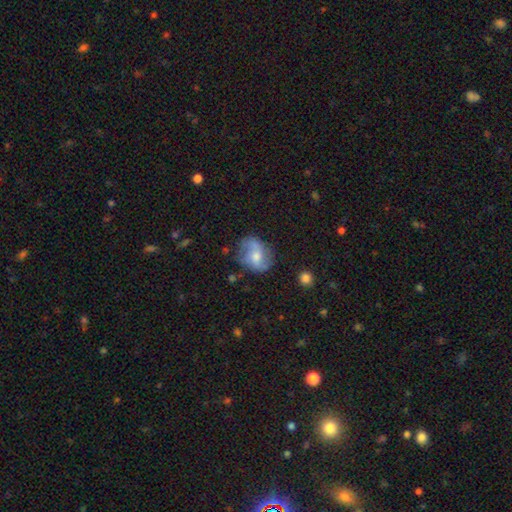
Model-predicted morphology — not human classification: A featured or disk galaxy (60%) with no bar (55%), spiral arms (83%) and a moderate central bulge (53%).

Vote fractions:
- Smooth or featured? featured or disk: 60% / smooth: 32% / star or artifact: 8%
- Edge-on disk? no: 97% / yes: 3%
- Bar? no: 55% / weak: 37% / strong: 9%
- Spiral arms? yes: 83% / no: 17%
- Bulge size? moderate: 53% / small: 33% / large: 7% / none: 6% / dominant: 1%
- Merging? none: 62% / minor disturbance: 23% / major disturbance: 12% / merger: 3%